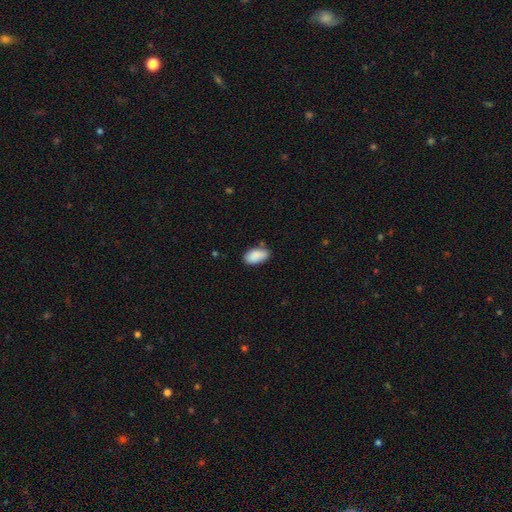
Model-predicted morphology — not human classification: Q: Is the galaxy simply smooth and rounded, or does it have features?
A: smooth — 89%.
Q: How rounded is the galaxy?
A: in between — 94%.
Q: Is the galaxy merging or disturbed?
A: none — 71%.